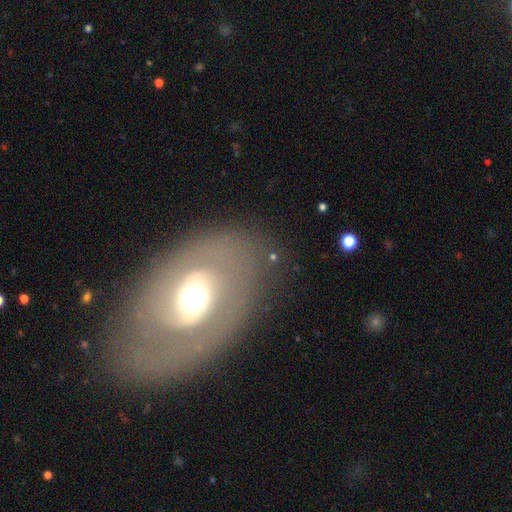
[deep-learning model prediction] Smooth or featured: featured or disk — 66% (smooth — 27%)
Edge-on disk: no — 93% (yes — 7%)
Bar: no — 70% (weak — 22%)
Spiral arms: no — 55% (yes — 45%)
Bulge size: moderate — 59% (large — 31%)
Merging: none — 78% (minor disturbance — 14%)